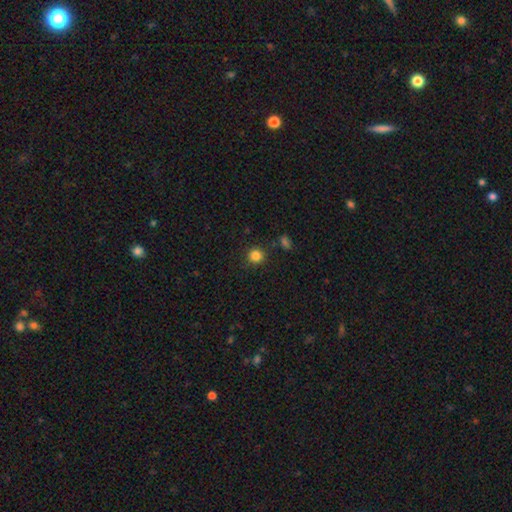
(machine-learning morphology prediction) A smooth galaxy with no disk features (84%) that is round (93%).

Vote fractions:
- Smooth or featured? smooth: 84% / star or artifact: 12% / featured or disk: 4%
- How rounded? round: 93% / in between: 6% / cigar-shaped: 1%
- Merging? none: 87% / minor disturbance: 7% / merger: 3% / major disturbance: 3%